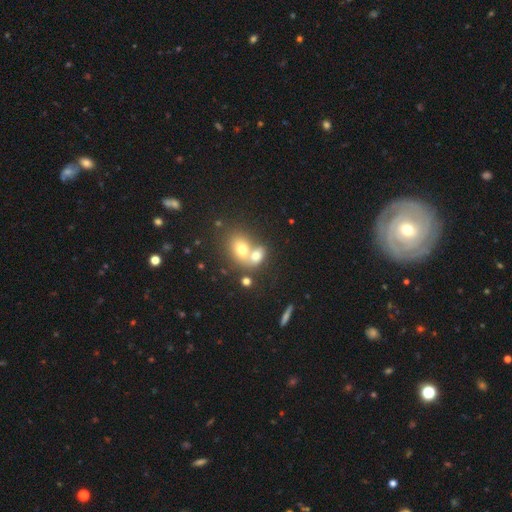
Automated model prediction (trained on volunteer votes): Q: Smooth or featured?
A: smooth (68%); runner-up: featured or disk (20%)
Q: How rounded?
A: in between (61%); runner-up: round (37%)
Q: Merging?
A: merger (65%); runner-up: none (24%)